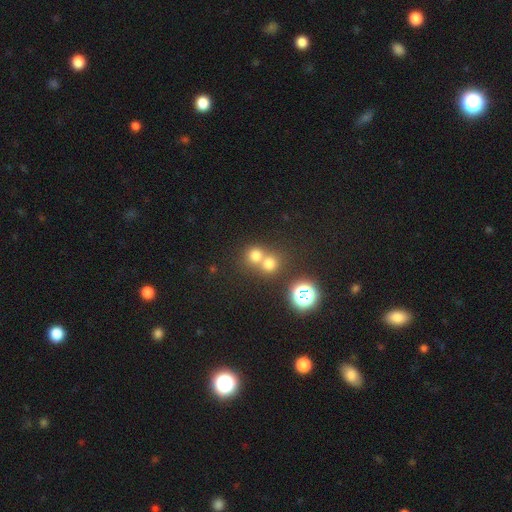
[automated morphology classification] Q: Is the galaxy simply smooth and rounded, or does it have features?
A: smooth — 70%.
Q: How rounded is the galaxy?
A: round — 86%.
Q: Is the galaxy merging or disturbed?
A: merger — 47%.